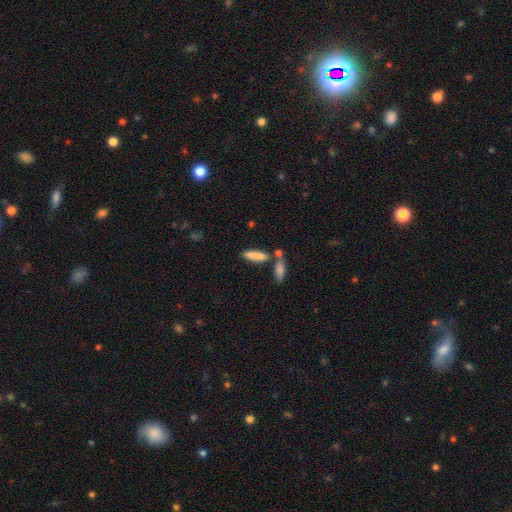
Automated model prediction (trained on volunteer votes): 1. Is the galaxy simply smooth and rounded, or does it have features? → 82% smooth, 11% featured or disk, 7% star or artifact.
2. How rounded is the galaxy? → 68% cigar-shaped, 30% in between, 2% round.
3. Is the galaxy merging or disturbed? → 59% none, 27% merger, 11% minor disturbance, 4% major disturbance.